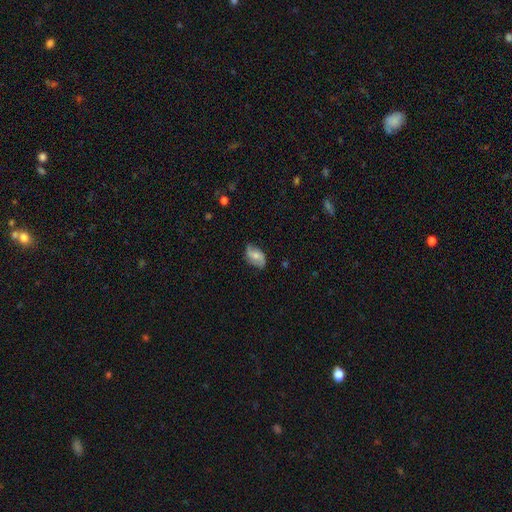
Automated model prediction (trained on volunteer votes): This is possibly a smooth galaxy (48%). Merging: likely none (66%).